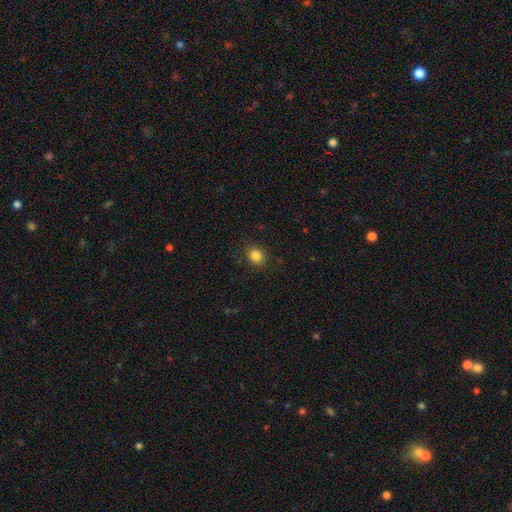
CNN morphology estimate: smooth 84%, star or artifact 11%, featured or disk 5%. Down the decision tree: how rounded — round (76%); merging — none (90%).